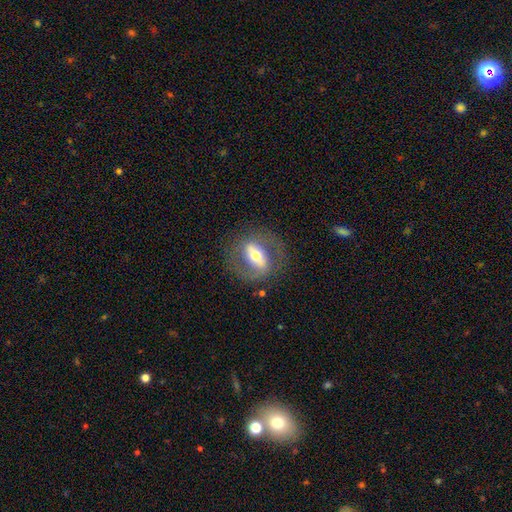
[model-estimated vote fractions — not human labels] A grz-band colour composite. It shows a featured or disk galaxy (66%) with a strong bar (57%), spiral arms (54%) and a moderate central bulge (66%). Merging: none (74%).